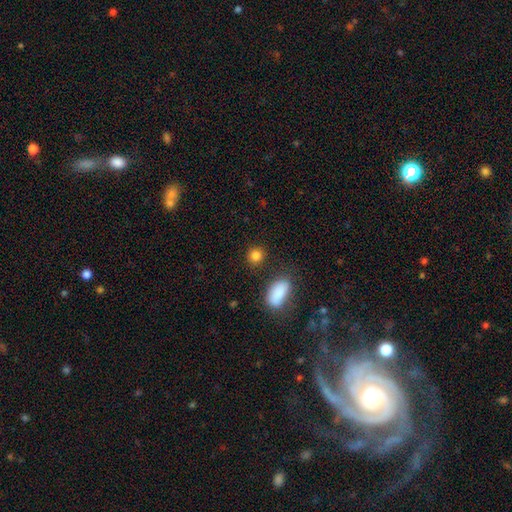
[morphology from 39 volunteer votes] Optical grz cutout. It shows a smooth galaxy with no disk features (87%) that is round (71%). Merging: none (84%).